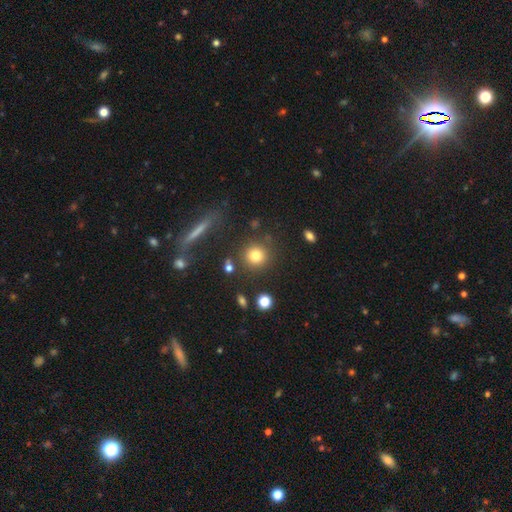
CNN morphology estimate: A smooth galaxy with no disk features (80%) that is round (90%).

Vote fractions:
- Smooth or featured? smooth: 80% / star or artifact: 12% / featured or disk: 8%
- How rounded? round: 90% / in between: 9% / cigar-shaped: 2%
- Merging? none: 82% / minor disturbance: 9% / merger: 6% / major disturbance: 4%